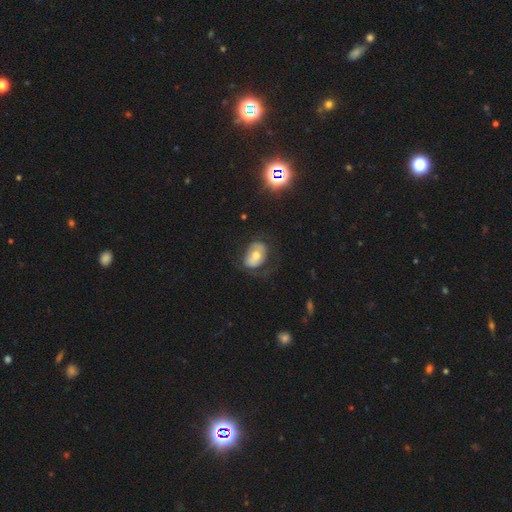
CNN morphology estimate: The model was most divided on "smooth or featured": smooth: 52%, featured or disk: 39%, star or artifact: 10%. More confident: how rounded — in between (77%); merging — none (57%).